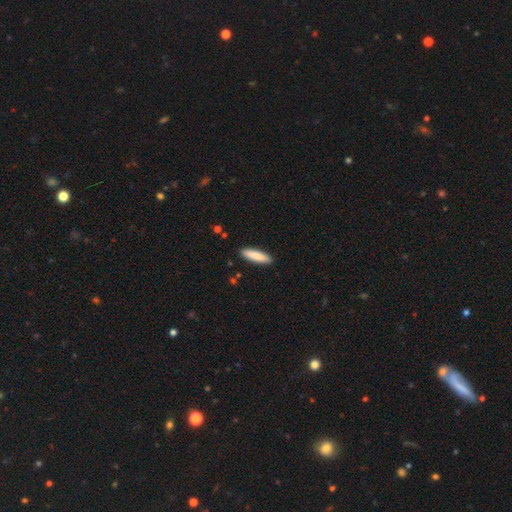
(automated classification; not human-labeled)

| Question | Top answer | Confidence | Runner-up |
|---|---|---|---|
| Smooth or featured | smooth | 85% | featured or disk (9%) |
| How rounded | cigar-shaped | 72% | in between (26%) |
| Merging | none | 90% | minor disturbance (7%) |